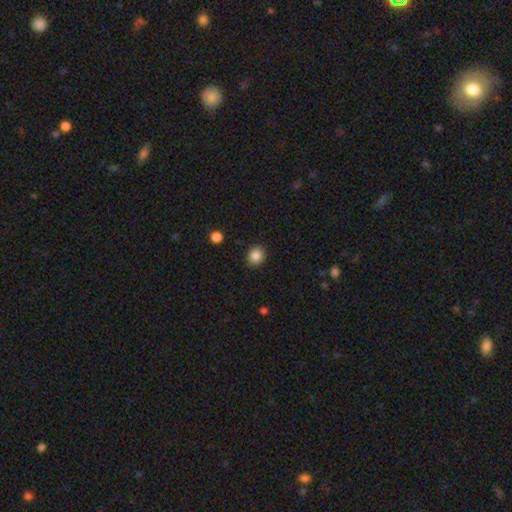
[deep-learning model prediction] Smooth or featured? Predicted: smooth (p=0.86). How rounded? Predicted: round (p=0.80). Merging? Predicted: none (p=0.90).